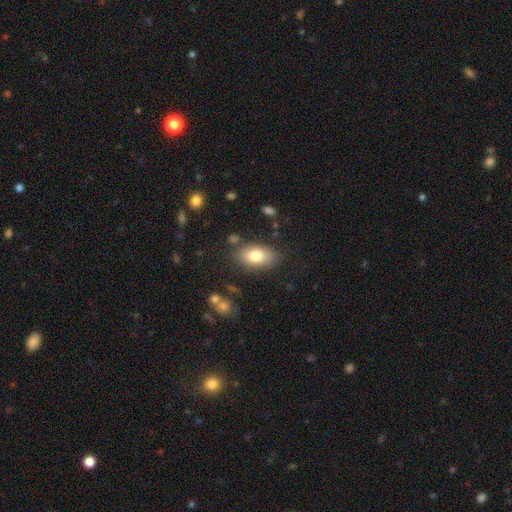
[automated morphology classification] smooth_or_featured: smooth (p=0.79) [alt: featured or disk p=0.13]
how_rounded: in between (p=0.91) [alt: round p=0.07]
merging: none (p=0.79) [alt: minor disturbance p=0.13]